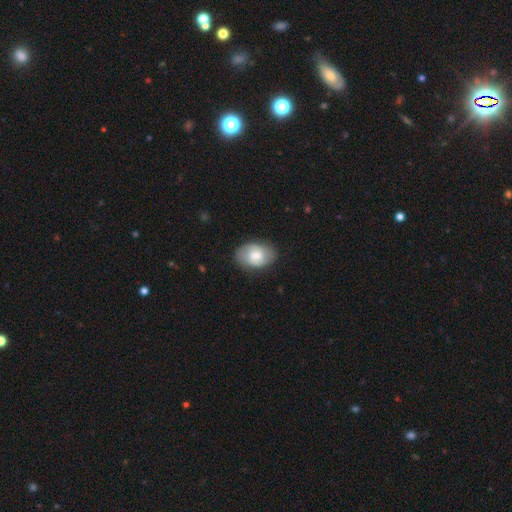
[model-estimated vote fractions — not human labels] Smooth or featured?
  - smooth: 61% *
  - featured or disk: 32%
  - star or artifact: 6%
How rounded?
  - in between: 85% *
  - round: 14%
  - cigar-shaped: 1%
Merging?
  - none: 77% *
  - minor disturbance: 17%
  - major disturbance: 4%
  - merger: 1%